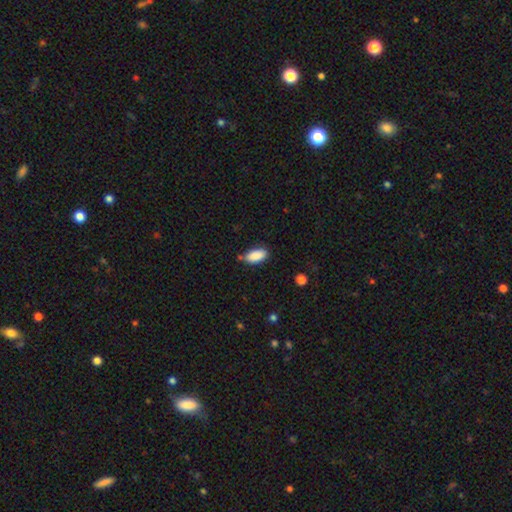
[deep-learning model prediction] Q: Smooth or featured?
A: smooth (89%); runner-up: star or artifact (7%)
Q: How rounded?
A: in between (91%); runner-up: cigar-shaped (7%)
Q: Merging?
A: none (77%); runner-up: minor disturbance (17%)